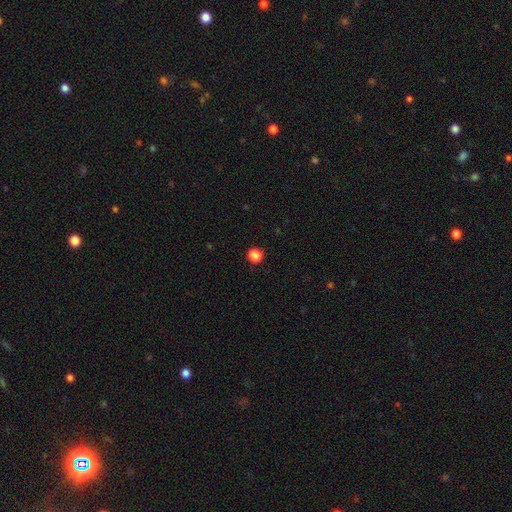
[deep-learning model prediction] Smooth or featured? smooth (84%)
How rounded? round (78%)
Merging? none (91%)